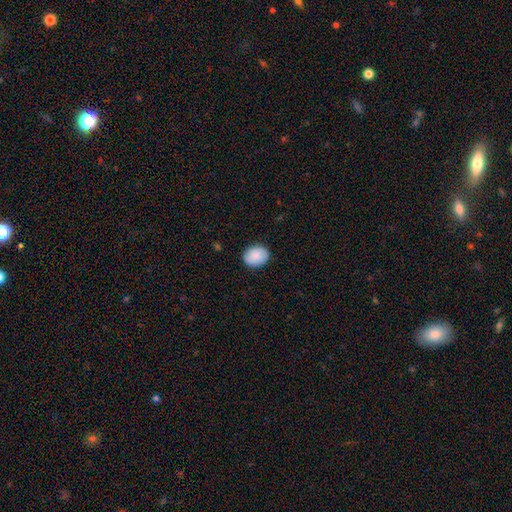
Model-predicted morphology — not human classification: The model was most divided on "how rounded": in between: 53%, round: 46%, cigar-shaped: 1%. More confident: merging — none (87%); smooth or featured — smooth (87%).